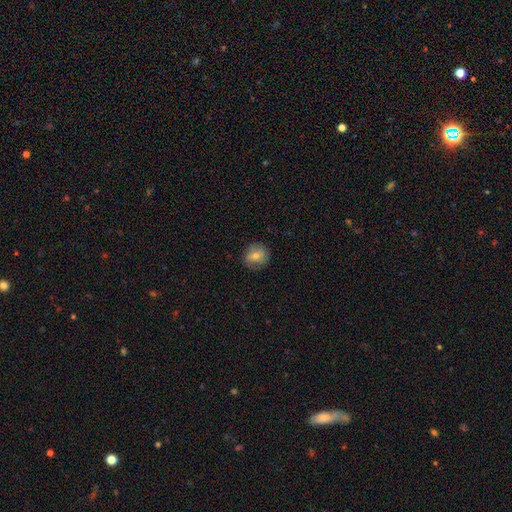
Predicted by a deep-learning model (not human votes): Morphology: type=smooth (57%); roundness=round (87%); merging=none (81%).